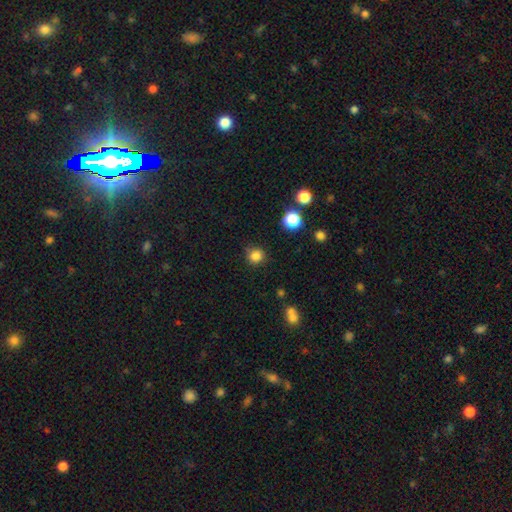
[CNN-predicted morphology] The model was most divided on "smooth or featured": smooth: 83%, star or artifact: 13%, featured or disk: 4%. More confident: how rounded — round (90%); merging — none (84%).